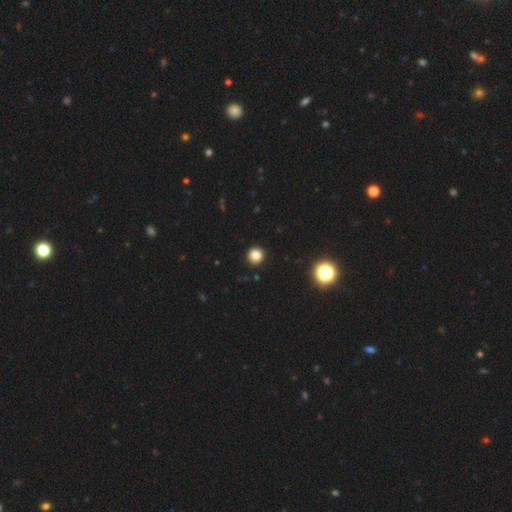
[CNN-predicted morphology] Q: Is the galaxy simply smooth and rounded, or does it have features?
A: smooth — 84%.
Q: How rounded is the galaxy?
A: round — 93%.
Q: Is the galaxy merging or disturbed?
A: none — 92%.